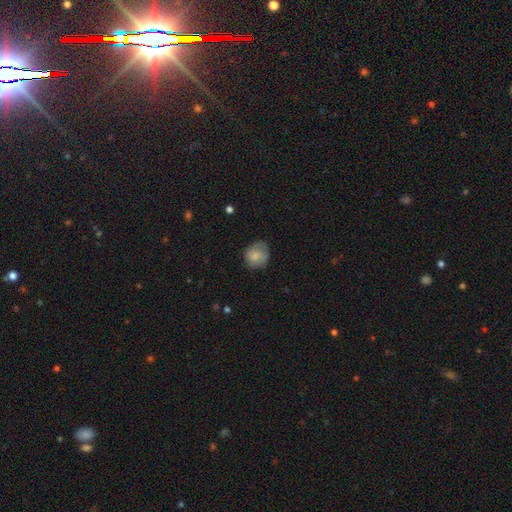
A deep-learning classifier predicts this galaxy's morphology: The model was most divided on "merging": none: 68%, minor disturbance: 24%, major disturbance: 7%, merger: 1%. More confident: smooth or featured — smooth (75%); how rounded — round (75%).